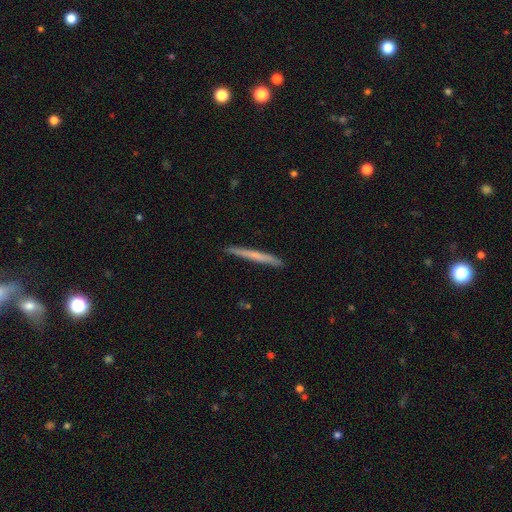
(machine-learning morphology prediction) Smooth or featured?
  - smooth: 52% *
  - featured or disk: 42%
  - star or artifact: 5%
How rounded?
  - cigar-shaped: 97% *
  - in between: 2%
  - round: 1%
Merging?
  - none: 90% *
  - minor disturbance: 8%
  - major disturbance: 1%
  - merger: 1%